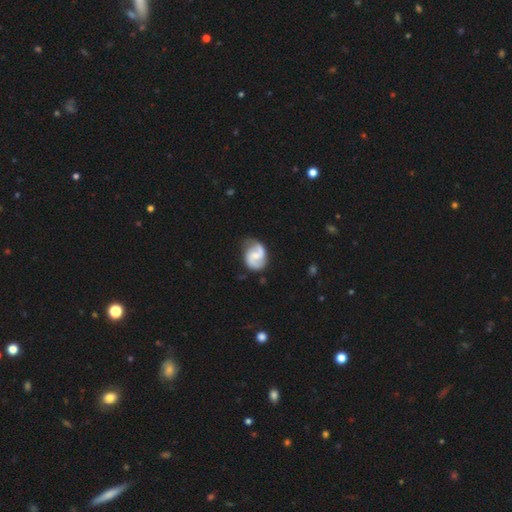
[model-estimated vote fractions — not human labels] The model was most divided on "bulge size": small: 45%, moderate: 41%, none: 10%, large: 3%, dominant: 1%. More confident: edge-on disk — no (98%); spiral arms — yes (96%); spiral arm count — 2 (90%); smooth or featured — featured or disk (82%); merging — none (71%); bar — weak (51%); spiral winding — medium (50%).